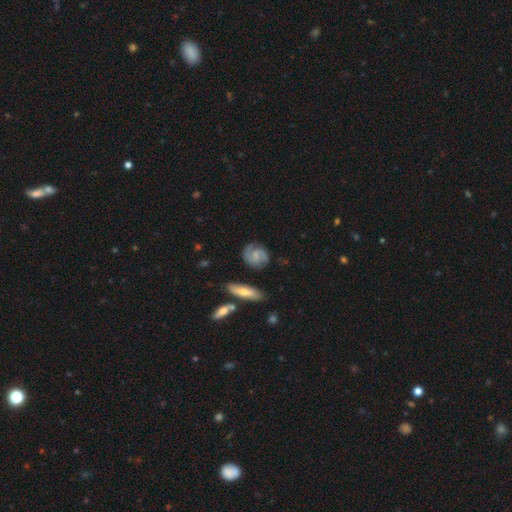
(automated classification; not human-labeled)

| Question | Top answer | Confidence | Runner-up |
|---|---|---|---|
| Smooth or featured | featured or disk | 74% | smooth (20%) |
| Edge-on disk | no | 96% | yes (4%) |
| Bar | no | 54% | weak (39%) |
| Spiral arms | yes | 95% | no (5%) |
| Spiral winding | medium | 45% | tight (40%) |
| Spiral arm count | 2 | 81% | can't tell (8%) |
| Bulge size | small | 47% | none (29%) |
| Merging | none | 76% | minor disturbance (16%) |